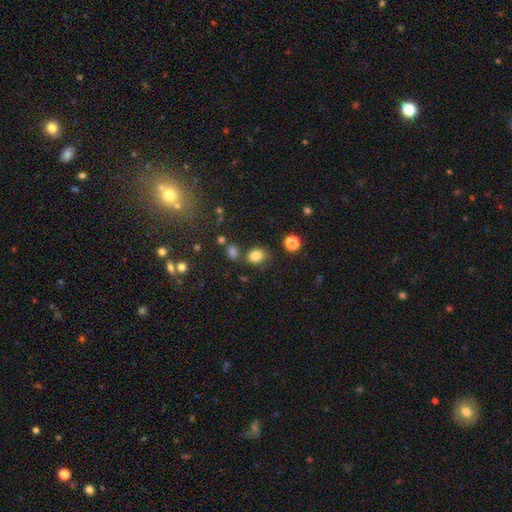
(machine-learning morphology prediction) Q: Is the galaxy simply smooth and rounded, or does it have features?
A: smooth — 83%.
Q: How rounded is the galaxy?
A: in between — 54%.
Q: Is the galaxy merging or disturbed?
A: none — 73%.